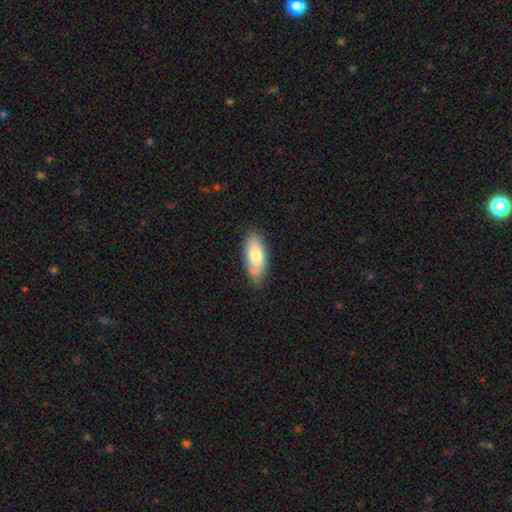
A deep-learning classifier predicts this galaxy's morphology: The model was most divided on "merging": none: 72%, minor disturbance: 19%, merger: 5%, major disturbance: 4%. More confident: how rounded — in between (86%); smooth or featured — smooth (76%).